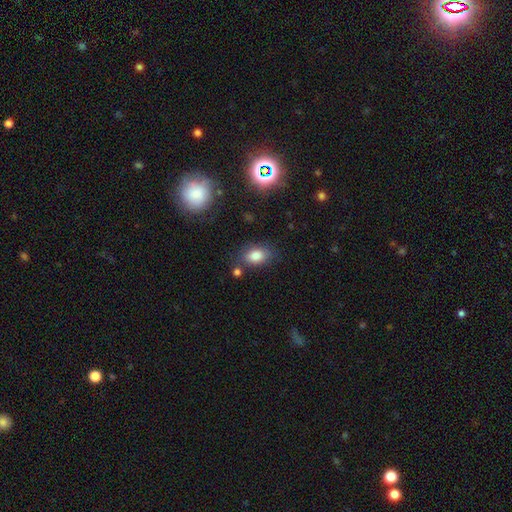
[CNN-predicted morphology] A smooth galaxy with no disk features (83%) that is in between round and cigar-shaped (83%). Merging: none (73%).